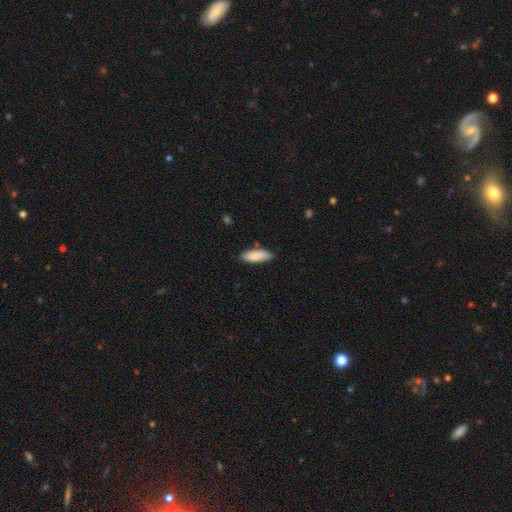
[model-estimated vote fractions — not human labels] smooth-or-featured: smooth: 85% | featured or disk: 9% | star or artifact: 6%
  how-rounded: in between: 70% | cigar-shaped: 28% | round: 2%
  merging: none: 81% | minor disturbance: 15% | merger: 2% | major disturbance: 2%